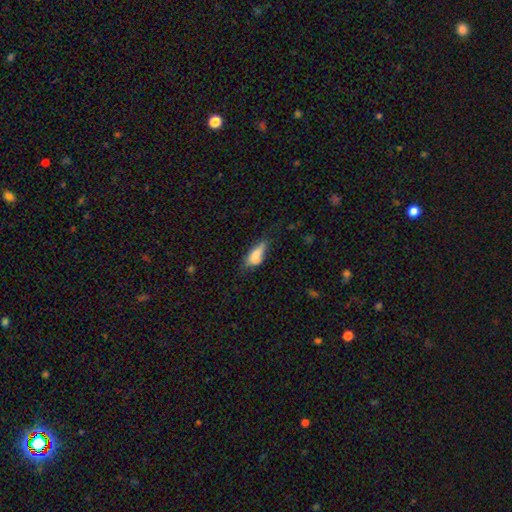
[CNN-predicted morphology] Overall: smooth (70%). How rounded: in between (73%). Merging: none (36%; minor disturbance 32%).